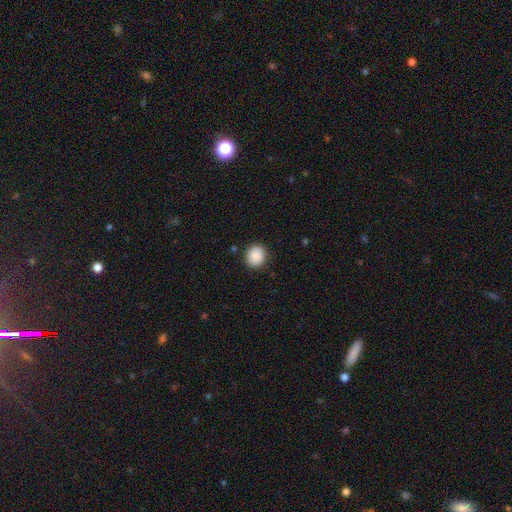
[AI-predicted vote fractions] This appears to be a smooth galaxy with no disk features (89%) that is round (82%). Merging: none (89%).